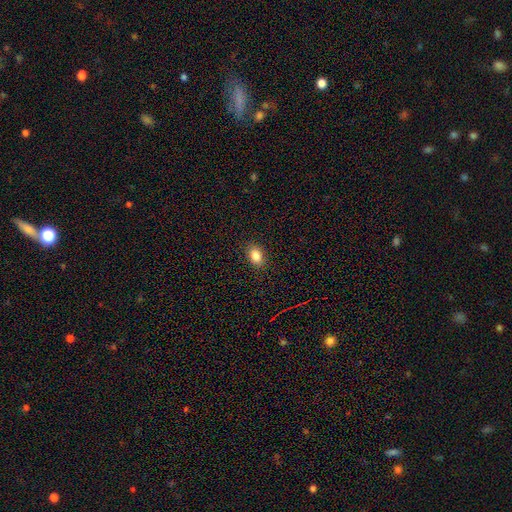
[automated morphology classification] This is clearly a smooth galaxy (85%). How rounded: clearly in between (83%). Merging: clearly none (89%).